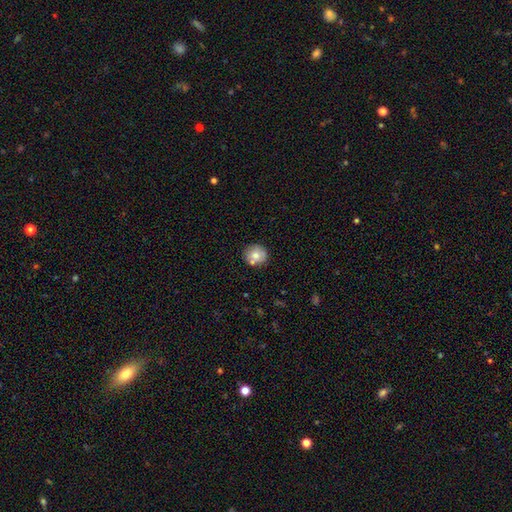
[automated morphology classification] Smooth or featured? smooth (73%)
How rounded? round (87%)
Merging? none (75%)